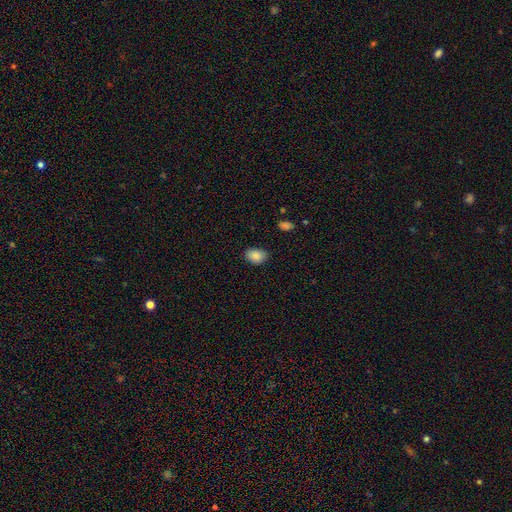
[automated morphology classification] smooth_or_featured: smooth (p=0.87) [alt: star or artifact p=0.08]
how_rounded: in between (p=0.82) [alt: round p=0.17]
merging: none (p=0.84) [alt: minor disturbance p=0.13]